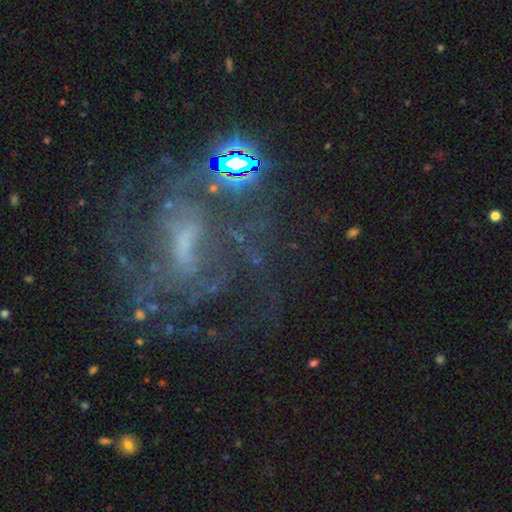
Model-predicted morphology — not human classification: The model was most divided on "spiral winding" (2-way tie): medium: 41%, tight: 41%, loose: 18%. Remaining: edge-on disk — no (95%); spiral arms — yes (81%); smooth or featured — featured or disk (74%); merging — none (57%); spiral arm count — can't tell (47%); bar — weak (44%); bulge size — small (39%).